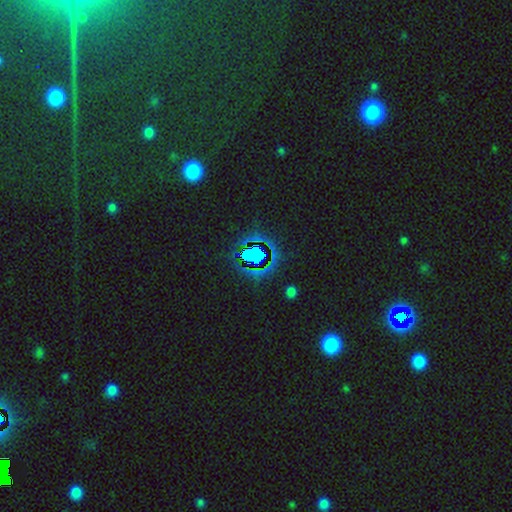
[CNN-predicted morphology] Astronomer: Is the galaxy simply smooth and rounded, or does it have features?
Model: star or artifact — 71%.